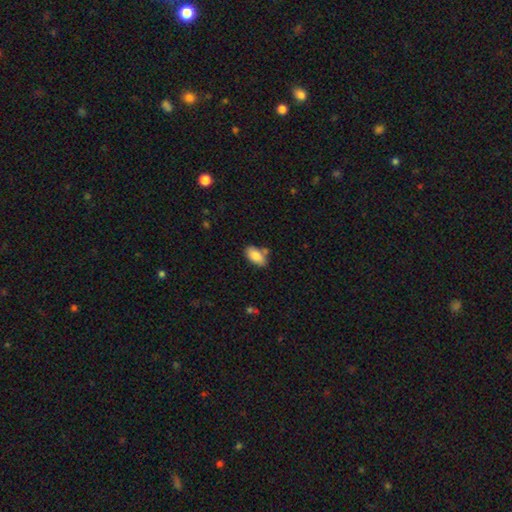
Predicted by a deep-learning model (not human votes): Smooth or featured? Predicted: smooth (p=0.84). How rounded? Predicted: in between (p=0.93). Merging? Predicted: none (p=0.71).